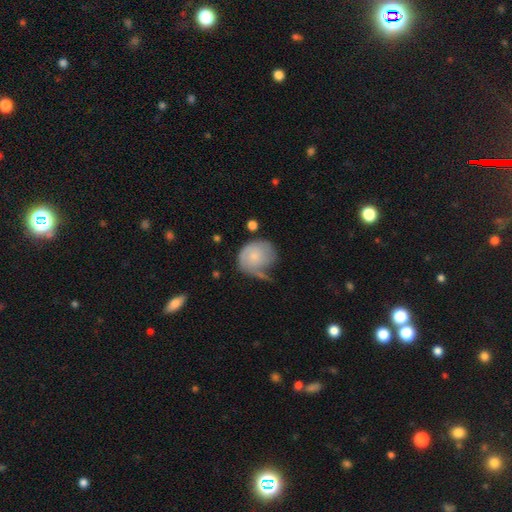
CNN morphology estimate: Smooth or featured? Predicted: smooth (p=0.53). How rounded? Predicted: round (p=0.64). Merging? Predicted: none (p=0.32, tied with minor disturbance).